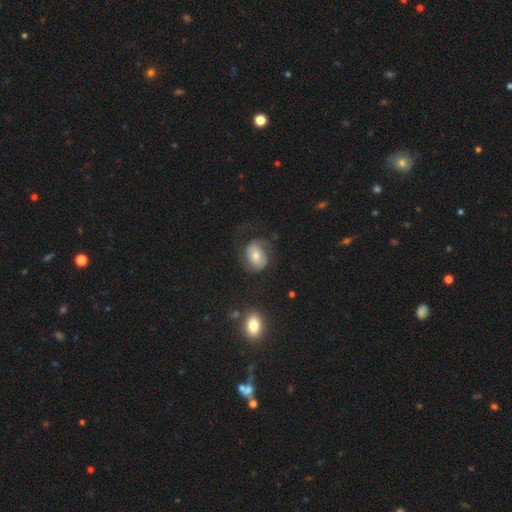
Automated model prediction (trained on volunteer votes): A featured or disk galaxy (49%). Merging: none (54%).